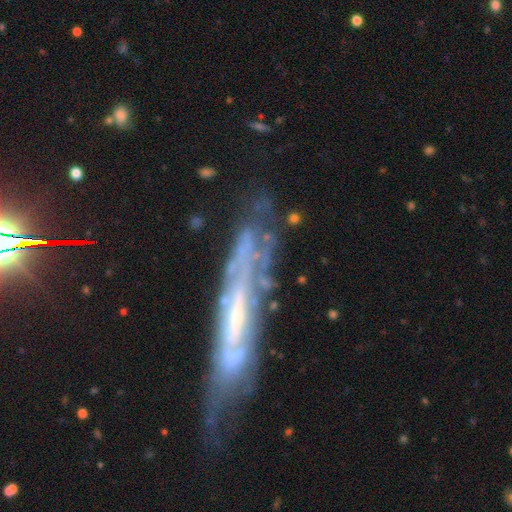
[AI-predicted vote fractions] Morphology: type=featured or disk (77%); edge-on=yes (53%); merging=none (63%).